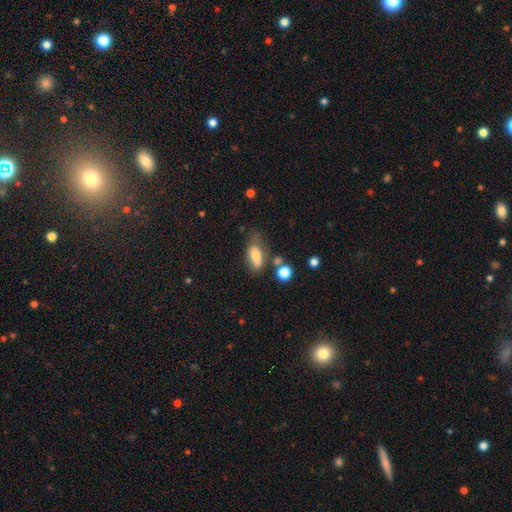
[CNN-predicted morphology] This is likely a smooth galaxy (73%). How rounded: likely in between (80%). Merging: possibly none (50%).